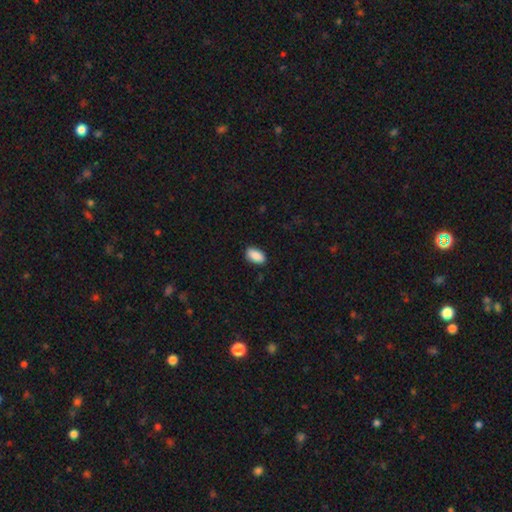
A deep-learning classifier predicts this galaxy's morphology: Smooth or featured? smooth (90%)
How rounded? in between (94%)
Merging? none (87%)